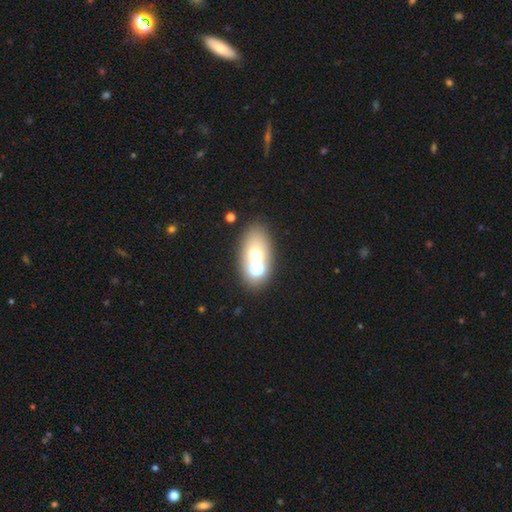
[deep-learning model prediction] Smooth or featured? Predicted: smooth (p=0.56). How rounded? Predicted: in between (p=0.66). Merging? Predicted: none (p=0.58).